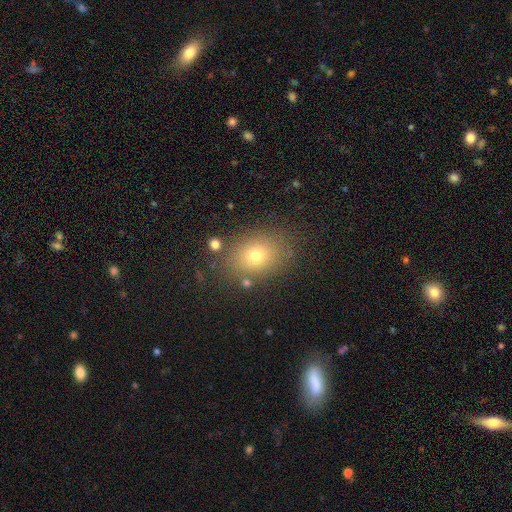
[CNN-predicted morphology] A smooth galaxy with no disk features (73%) that is in between round and cigar-shaped (64%).

Vote fractions:
- Smooth or featured? smooth: 73% / star or artifact: 14% / featured or disk: 13%
- How rounded? in between: 64% / round: 35% / cigar-shaped: 1%
- Merging? none: 81% / minor disturbance: 11% / major disturbance: 5% / merger: 3%